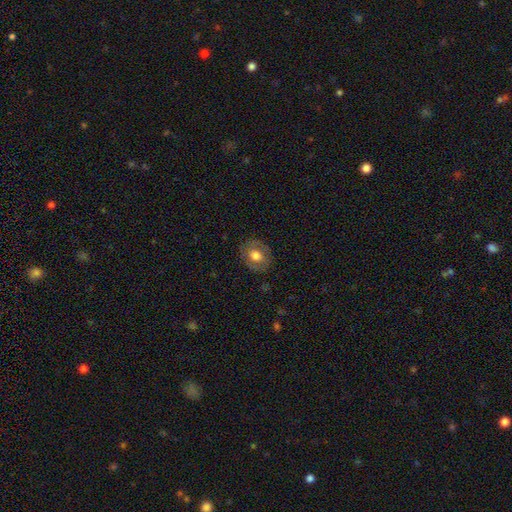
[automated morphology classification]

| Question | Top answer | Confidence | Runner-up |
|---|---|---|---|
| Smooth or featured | smooth | 60% | featured or disk (32%) |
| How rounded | round | 55% | in between (44%) |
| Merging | none | 81% | minor disturbance (13%) |